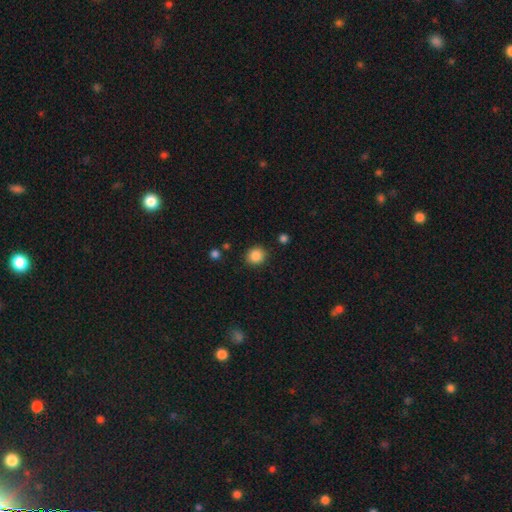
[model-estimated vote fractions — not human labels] smooth 87%, star or artifact 10%, featured or disk 4%. Down the decision tree: how rounded — round (83%); merging — none (88%).